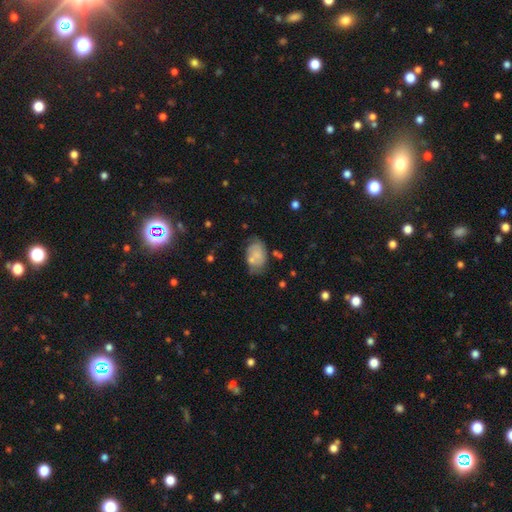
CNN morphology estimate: smooth 66%, featured or disk 26%, star or artifact 8%. Down the decision tree: how rounded — in between (89%); merging — none (50%).